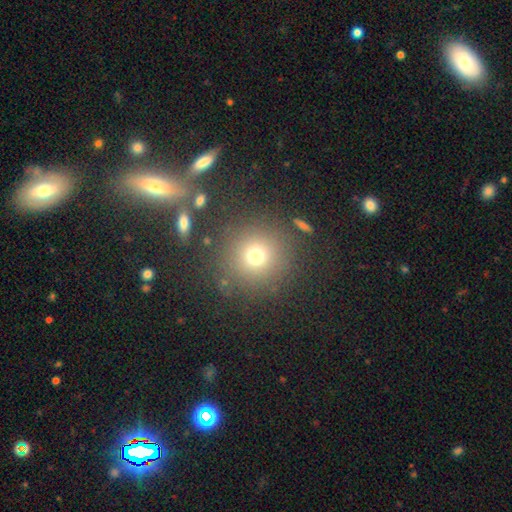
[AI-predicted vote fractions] A smooth galaxy with no disk features (72%) that is round (93%).

Vote fractions:
- Smooth or featured? smooth: 72% / star or artifact: 19% / featured or disk: 10%
- How rounded? round: 93% / in between: 6% / cigar-shaped: 1%
- Merging? none: 84% / minor disturbance: 8% / major disturbance: 4% / merger: 3%